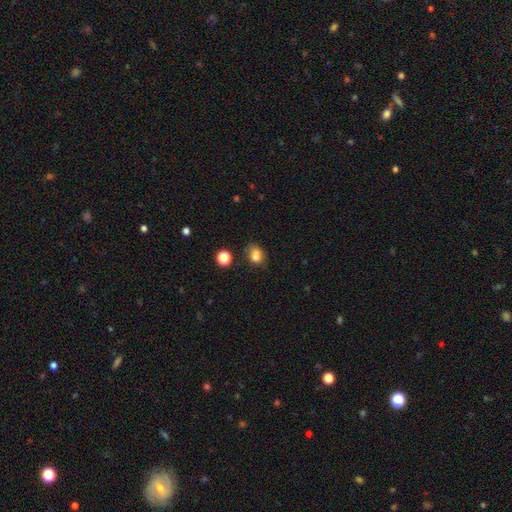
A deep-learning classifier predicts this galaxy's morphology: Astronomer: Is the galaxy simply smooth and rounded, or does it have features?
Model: smooth — 81%.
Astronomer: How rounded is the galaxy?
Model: in between — 60% (runner-up: round, 39%).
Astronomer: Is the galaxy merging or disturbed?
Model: none — 64%.